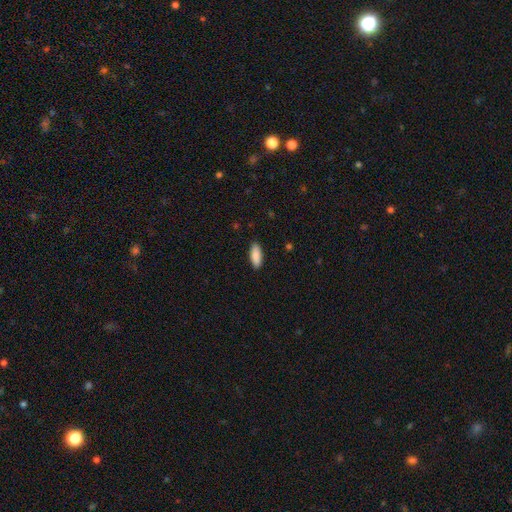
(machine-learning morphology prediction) smooth_or_featured: smooth (p=0.90) [alt: star or artifact p=0.06]
how_rounded: in between (p=0.76) [alt: cigar-shaped p=0.22]
merging: none (p=0.89) [alt: minor disturbance p=0.09]